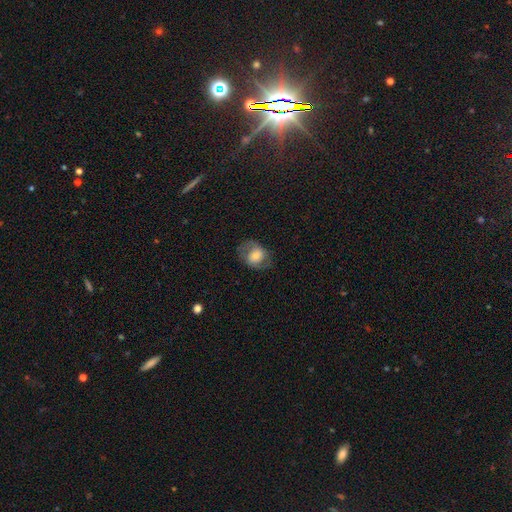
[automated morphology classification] This appears to be a smooth galaxy with no disk features (50%) that is in between round and cigar-shaped (52%). Merging: none (68%).